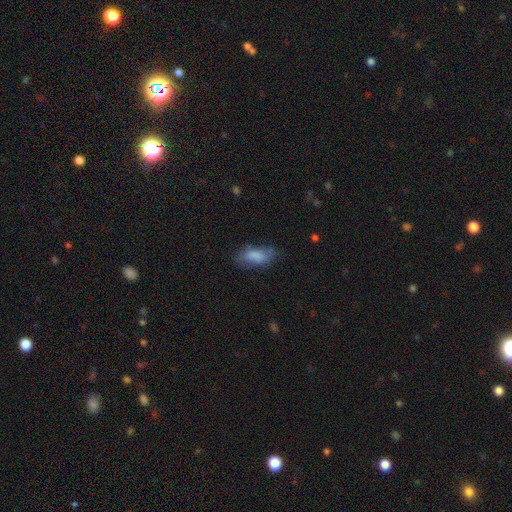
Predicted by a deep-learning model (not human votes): Smooth or featured? smooth (77%)
How rounded? in between (81%)
Merging? none (56%)